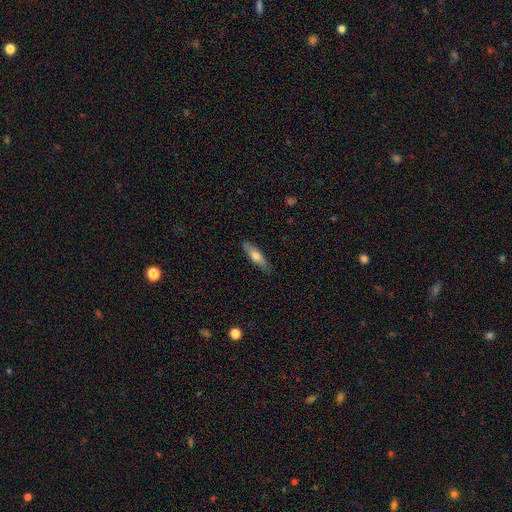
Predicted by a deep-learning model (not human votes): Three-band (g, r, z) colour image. It shows a smooth galaxy with no disk features (63%) that is cigar-shaped (59%). Merging: none (85%).